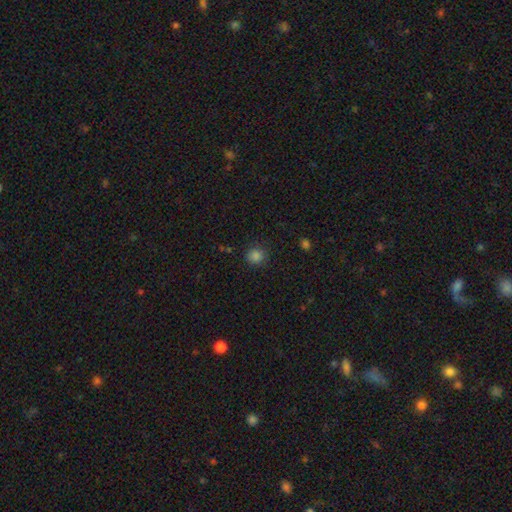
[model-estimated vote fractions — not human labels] A smooth galaxy with no disk features (84%) that is round (90%).

Vote fractions:
- Smooth or featured? smooth: 84% / star or artifact: 13% / featured or disk: 3%
- How rounded? round: 90% / in between: 9% / cigar-shaped: 1%
- Merging? none: 87% / minor disturbance: 9% / major disturbance: 3% / merger: 1%